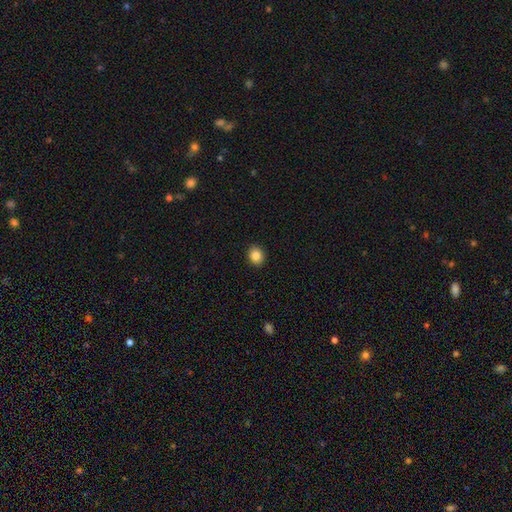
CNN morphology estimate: Smooth or featured?
  - smooth: 86% *
  - star or artifact: 10%
  - featured or disk: 5%
How rounded?
  - round: 65% *
  - in between: 34%
  - cigar-shaped: 1%
Merging?
  - none: 91% *
  - minor disturbance: 6%
  - major disturbance: 2%
  - merger: 1%